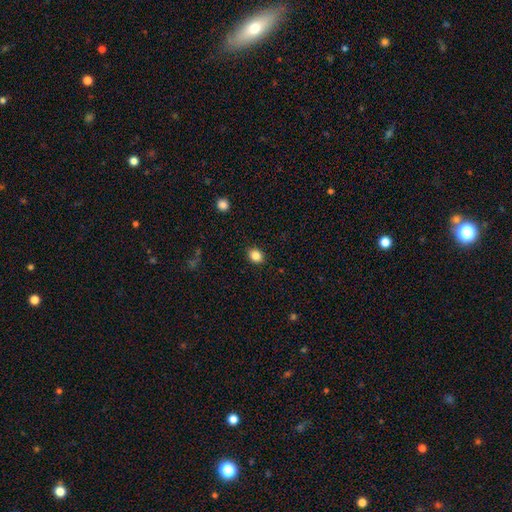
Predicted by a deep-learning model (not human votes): smooth-or-featured: smooth: 85% | star or artifact: 10% | featured or disk: 5%
  how-rounded: in between: 54% | round: 45% | cigar-shaped: 1%
  merging: none: 89% | minor disturbance: 8% | major disturbance: 2% | merger: 1%